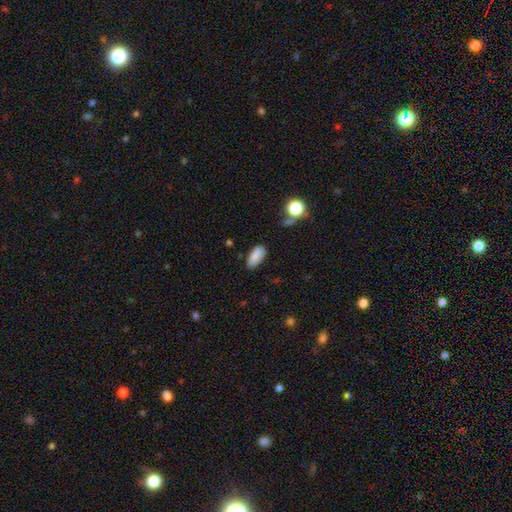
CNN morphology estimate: This is clearly a smooth galaxy (87%). How rounded: clearly in between (90%). Merging: likely none (78%).